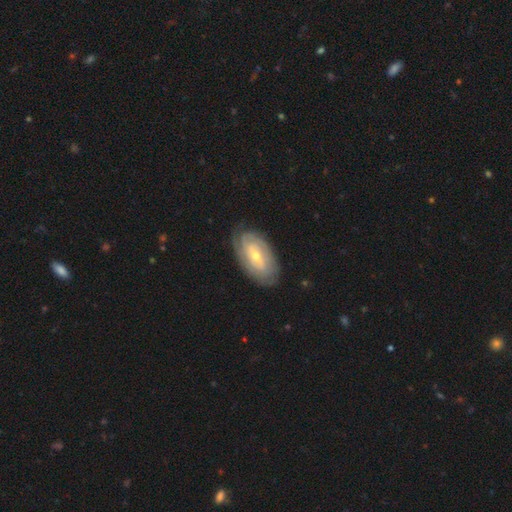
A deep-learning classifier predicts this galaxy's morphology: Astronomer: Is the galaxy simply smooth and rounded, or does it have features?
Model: featured or disk — 74%.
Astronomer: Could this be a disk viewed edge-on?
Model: no — 93%.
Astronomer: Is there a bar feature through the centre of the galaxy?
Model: weak — 42% (runner-up: no, 37%).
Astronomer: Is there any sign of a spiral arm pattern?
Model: yes — 85%.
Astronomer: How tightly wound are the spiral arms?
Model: tight — 75%.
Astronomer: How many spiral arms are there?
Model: can't tell — 49% (runner-up: 2, 30%).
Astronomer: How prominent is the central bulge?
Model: small — 57% (runner-up: moderate, 39%).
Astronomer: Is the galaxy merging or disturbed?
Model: none — 80%.